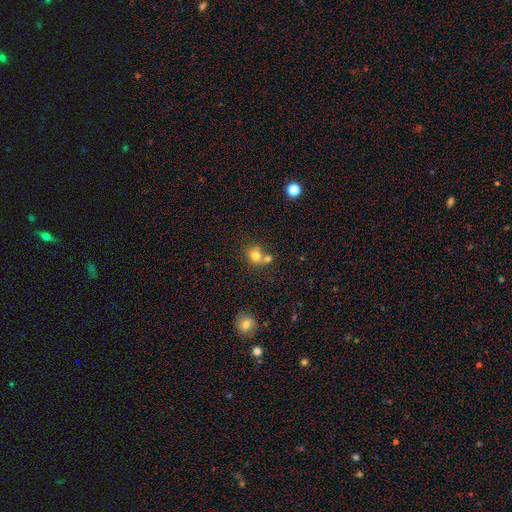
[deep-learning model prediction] Smooth or featured: smooth — 76% (star or artifact — 13%)
How rounded: round — 72% (in between — 27%)
Merging: none — 46% (merger — 41%)